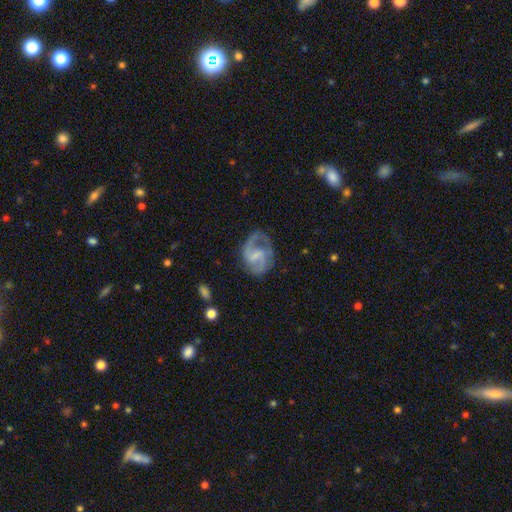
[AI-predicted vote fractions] Morphology: type=featured or disk (77%); edge-on=no (98%); bar=weak (54%); spiral arms=yes (91%); winding=medium (51%); arm count=2 (73%); bulge=none (42%); merging=none (61%).